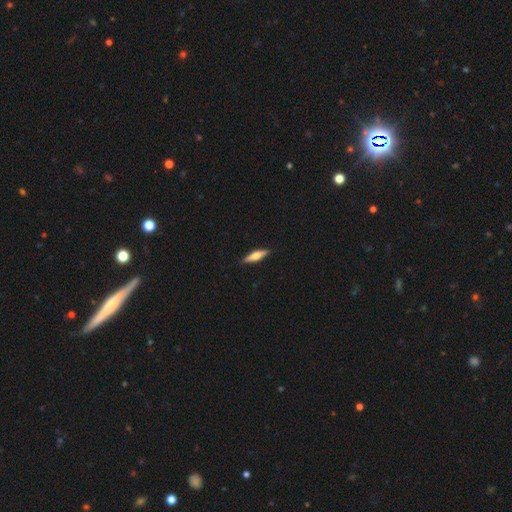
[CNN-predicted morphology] Q: Smooth or featured?
A: smooth (52%); runner-up: featured or disk (43%)
Q: How rounded?
A: cigar-shaped (72%); runner-up: in between (25%)
Q: Merging?
A: none (90%); runner-up: minor disturbance (7%)